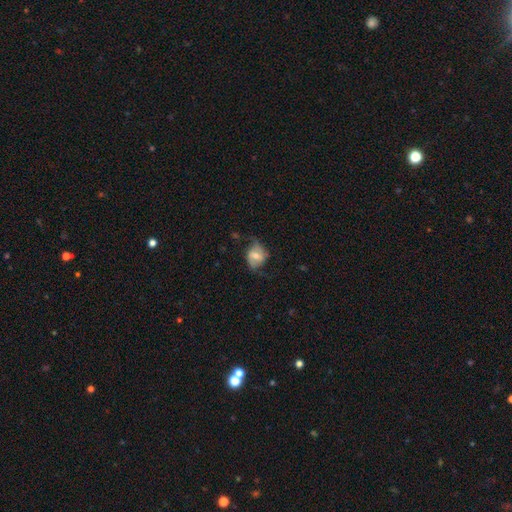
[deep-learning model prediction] Q: Smooth or featured?
A: smooth (47%); runner-up: featured or disk (45%)
Q: Merging?
A: none (56%); runner-up: minor disturbance (28%)